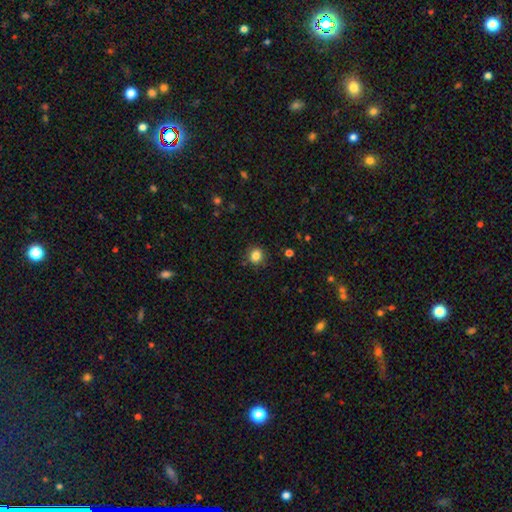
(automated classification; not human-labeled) Smooth or featured?
  - smooth: 84% *
  - star or artifact: 11%
  - featured or disk: 5%
How rounded?
  - round: 82% *
  - in between: 17%
  - cigar-shaped: 1%
Merging?
  - none: 86% *
  - minor disturbance: 10%
  - major disturbance: 3%
  - merger: 1%